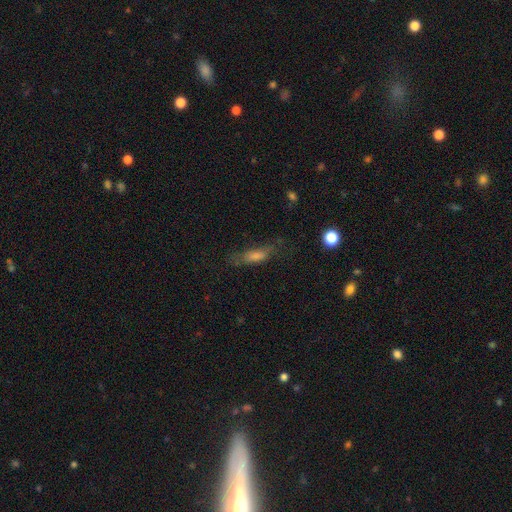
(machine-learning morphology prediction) The model was most divided on "smooth or featured": smooth: 53%, featured or disk: 33%, star or artifact: 15%. More confident: merging — none (62%); how rounded — cigar-shaped (61%).